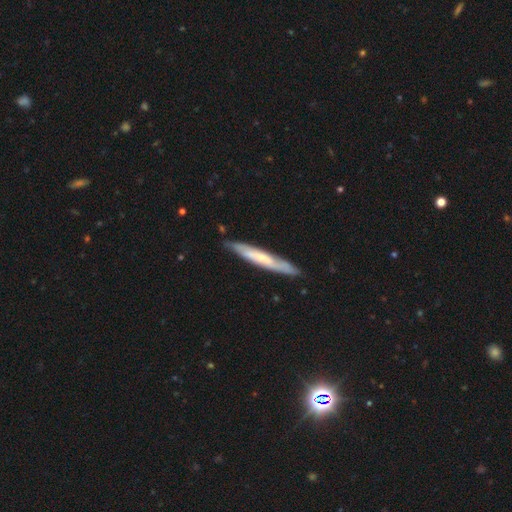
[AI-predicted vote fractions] Smooth or featured? Predicted: featured or disk (p=0.55). Edge-on disk? Predicted: yes (p=0.81). Merging? Predicted: none (p=0.84).